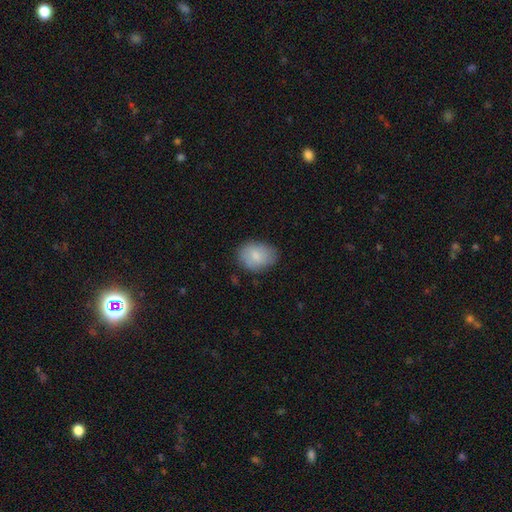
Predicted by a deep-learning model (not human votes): A smooth galaxy with no disk features (80%) that is in between round and cigar-shaped (67%).

Vote fractions:
- Smooth or featured? smooth: 80% / featured or disk: 13% / star or artifact: 7%
- How rounded? in between: 67% / round: 32% / cigar-shaped: 1%
- Merging? none: 78% / minor disturbance: 17% / major disturbance: 4% / merger: 1%